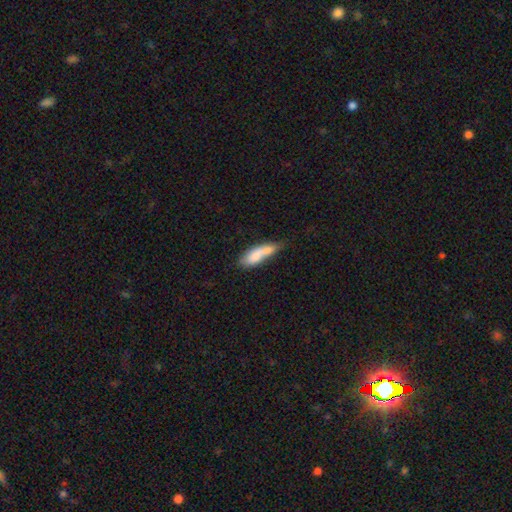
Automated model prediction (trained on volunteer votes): Overall: smooth (72%). How rounded: in between (62%; cigar-shaped 36%). Merging: merger (42%; none 30%).